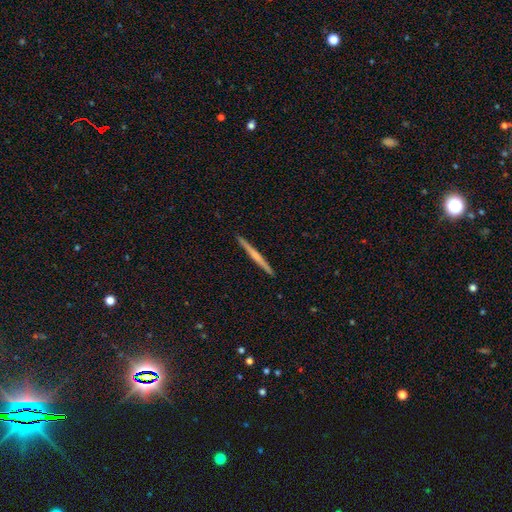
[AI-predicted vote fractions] smooth_or_featured: featured or disk (p=0.56) [alt: smooth p=0.39]
disk_edge_on: yes (p=0.98) [alt: no p=0.02]
edge_on_bulge: none (p=0.62) [alt: rounded p=0.29]
merging: none (p=0.93) [alt: minor disturbance p=0.05]